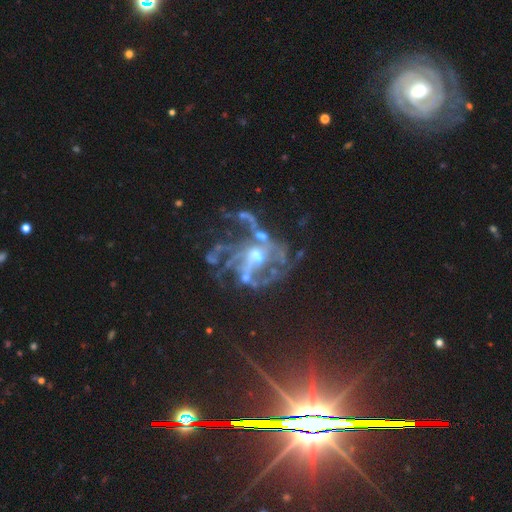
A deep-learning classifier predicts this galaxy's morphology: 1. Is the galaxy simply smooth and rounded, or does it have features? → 80% featured or disk, 15% star or artifact, 5% smooth.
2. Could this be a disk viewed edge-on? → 98% no, 2% yes.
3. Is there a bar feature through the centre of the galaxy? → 51% no, 35% weak, 14% strong.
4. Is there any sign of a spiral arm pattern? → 78% yes, 22% no.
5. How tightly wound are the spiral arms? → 43% medium, 38% loose, 20% tight.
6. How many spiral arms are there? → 31% can't tell, 23% 3, 15% 4, 14% 2, 9% more than 4, 8% 1.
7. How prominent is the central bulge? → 47% moderate, 33% small, 13% none, 5% large, 2% dominant.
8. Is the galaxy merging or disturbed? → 40% major disturbance, 36% none, 14% minor disturbance, 11% merger.